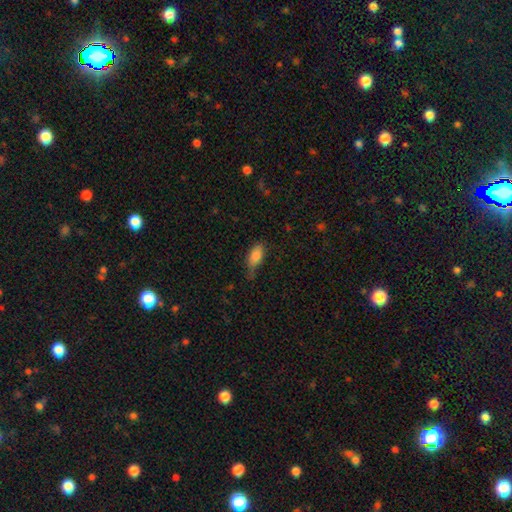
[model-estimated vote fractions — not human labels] smooth_or_featured: smooth (p=0.85) [alt: featured or disk p=0.08]
how_rounded: in between (p=0.87) [alt: cigar-shaped p=0.10]
merging: none (p=0.51) [alt: minor disturbance p=0.36]